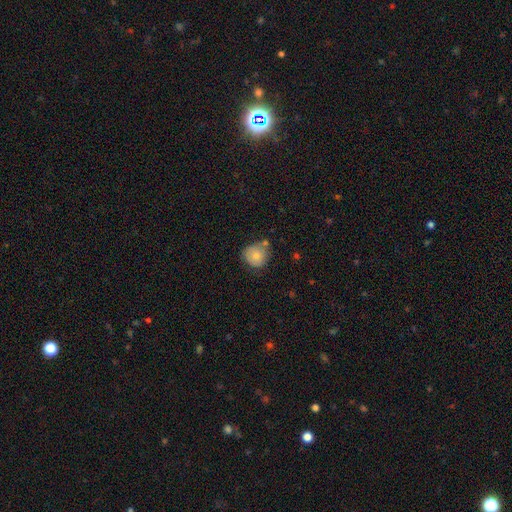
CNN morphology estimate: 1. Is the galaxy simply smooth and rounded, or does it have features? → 77% smooth, 15% featured or disk, 8% star or artifact.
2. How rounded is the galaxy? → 84% round, 15% in between, 1% cigar-shaped.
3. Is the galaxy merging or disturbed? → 58% none, 25% minor disturbance, 11% merger, 6% major disturbance.